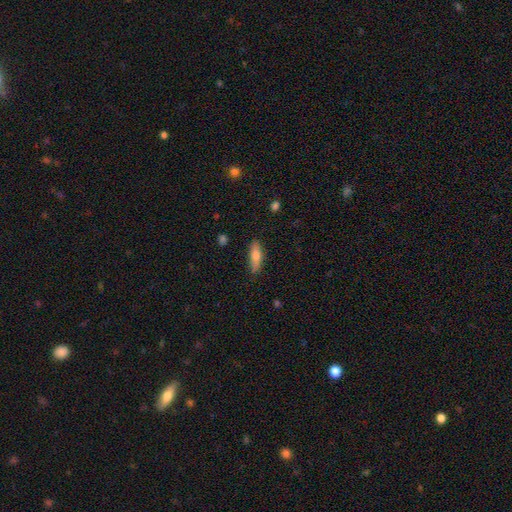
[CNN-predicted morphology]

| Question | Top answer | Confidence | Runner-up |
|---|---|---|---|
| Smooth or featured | smooth | 77% | featured or disk (17%) |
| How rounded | in between | 49% | tied: cigar-shaped (49%) |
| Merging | none | 83% | minor disturbance (13%) |